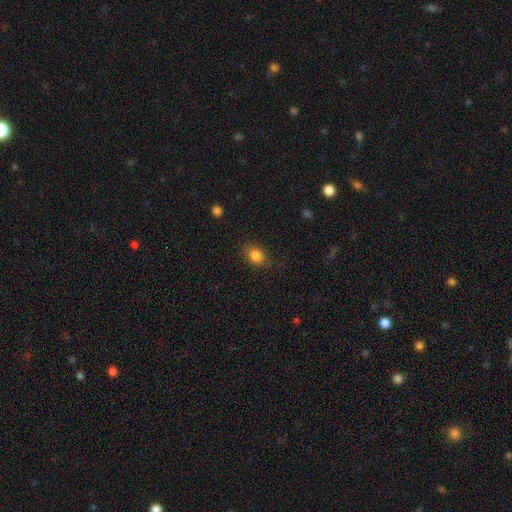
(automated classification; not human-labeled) smooth_or_featured: smooth (p=0.84) [alt: star or artifact p=0.10]
how_rounded: round (p=0.50) [alt: in between p=0.49]
merging: none (p=0.81) [alt: minor disturbance p=0.13]